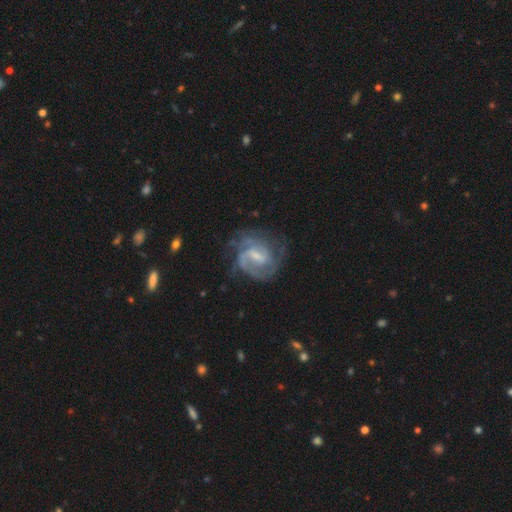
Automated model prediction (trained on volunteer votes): A featured or disk galaxy (83%) with a weak bar (55%), 2 (44%) medium (44%) spiral arms (92%) and a small central bulge (45%). Merging: none (60%).